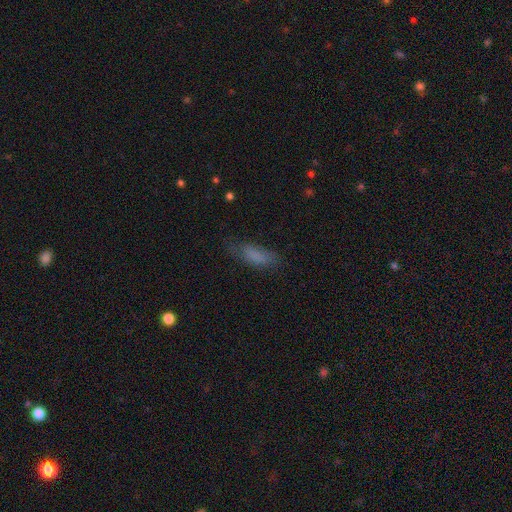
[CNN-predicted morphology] Smooth or featured? Predicted: smooth (p=0.77). How rounded? Predicted: in between (p=0.61). Merging? Predicted: none (p=0.64).